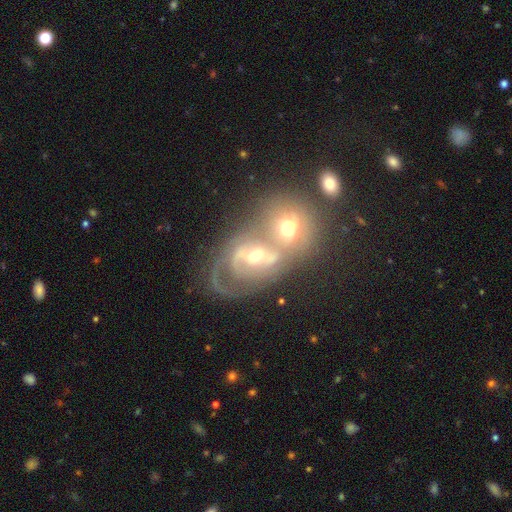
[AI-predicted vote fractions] Smooth or featured? Predicted: featured or disk (p=0.67). Edge-on disk? Predicted: no (p=0.96). Bar? Predicted: no (p=0.44). Spiral arms? Predicted: yes (p=0.74). Bulge size? Predicted: moderate (p=0.60). Merging? Predicted: merger (p=0.75).